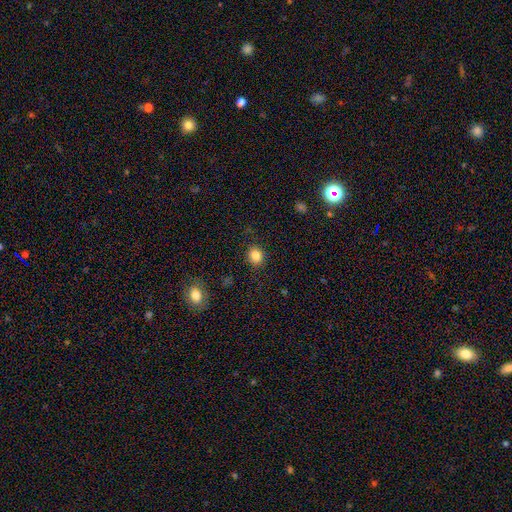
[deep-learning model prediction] The model was most divided on "how rounded": round: 73%, in between: 26%, cigar-shaped: 1%. More confident: merging — none (87%); smooth or featured — smooth (84%).